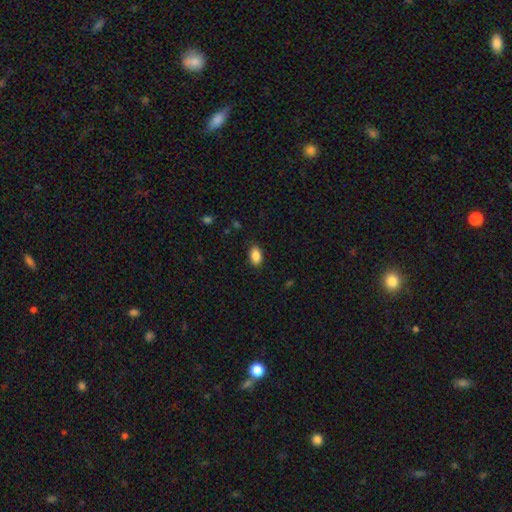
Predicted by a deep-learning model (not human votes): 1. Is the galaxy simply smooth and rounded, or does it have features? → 88% smooth, 8% star or artifact, 4% featured or disk.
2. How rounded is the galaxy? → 91% in between, 7% round, 2% cigar-shaped.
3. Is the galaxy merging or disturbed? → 86% none, 10% minor disturbance, 2% major disturbance, 1% merger.